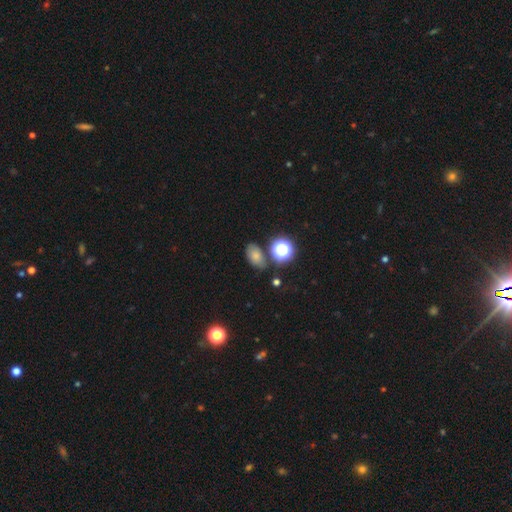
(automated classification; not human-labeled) Smooth or featured?
  - smooth: 68% *
  - star or artifact: 20%
  - featured or disk: 12%
How rounded?
  - in between: 82% *
  - round: 16%
  - cigar-shaped: 2%
Merging?
  - none: 71% *
  - minor disturbance: 16%
  - merger: 8%
  - major disturbance: 5%